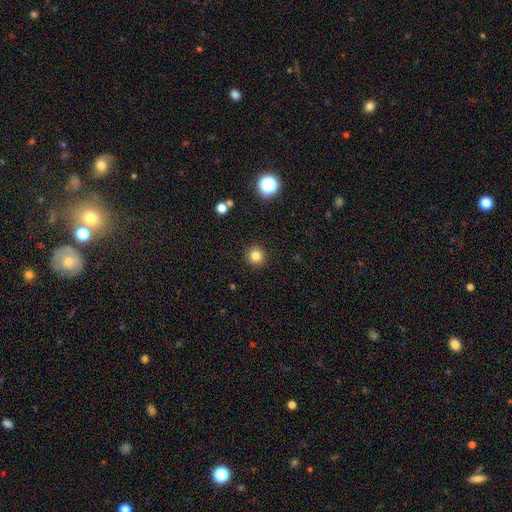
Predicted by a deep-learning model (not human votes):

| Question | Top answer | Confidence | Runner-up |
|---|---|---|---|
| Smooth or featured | smooth | 81% | star or artifact (13%) |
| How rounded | round | 94% | in between (5%) |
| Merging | none | 92% | minor disturbance (5%) |